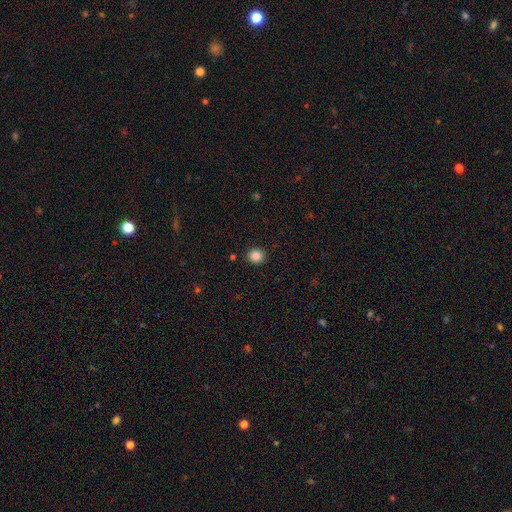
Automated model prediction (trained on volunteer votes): Overall: smooth (85%). How rounded: round (90%). Merging: none (91%).